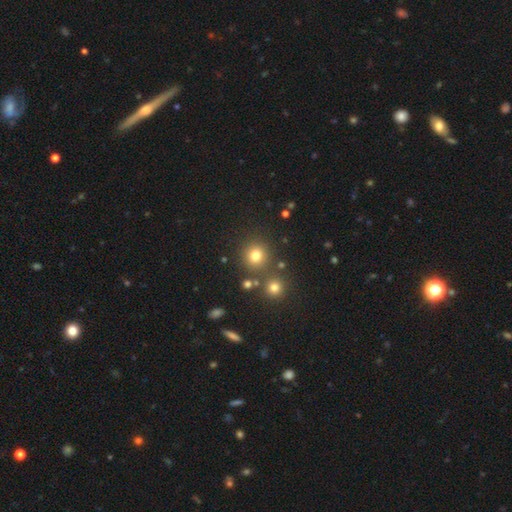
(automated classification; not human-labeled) The model was most divided on "smooth or featured": smooth: 76%, star or artifact: 17%, featured or disk: 7%. More confident: how rounded — round (89%); merging — none (80%).